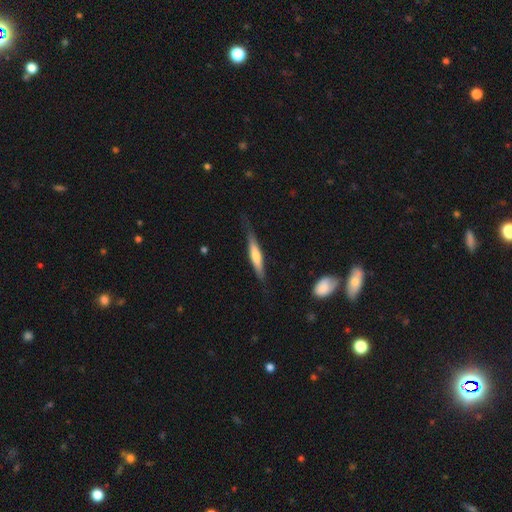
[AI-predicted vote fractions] This appears to be a smooth galaxy with no disk features (51%) that is cigar-shaped (88%). Merging: none (69%).